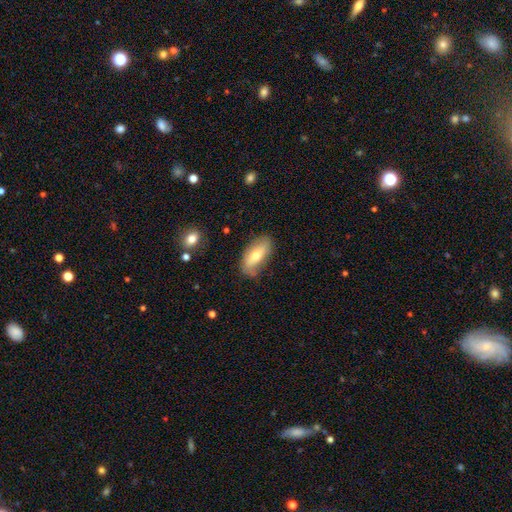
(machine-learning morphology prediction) Smooth or featured? smooth (61%)
How rounded? in between (84%)
Merging? none (72%)